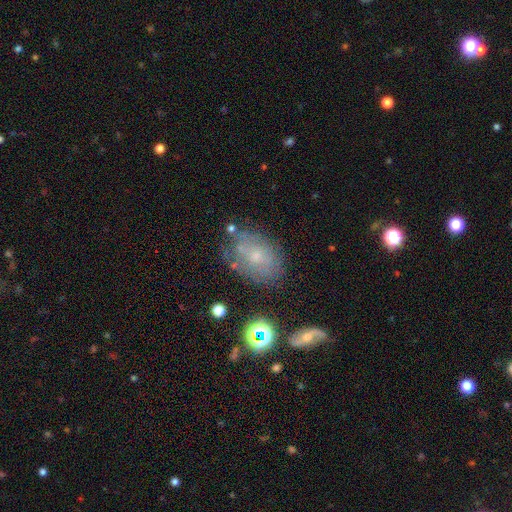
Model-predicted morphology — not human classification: The model was most divided on "smooth or featured" (2-way tie): featured or disk: 43%, smooth: 43%, star or artifact: 14%. More confident: merging — none (64%).